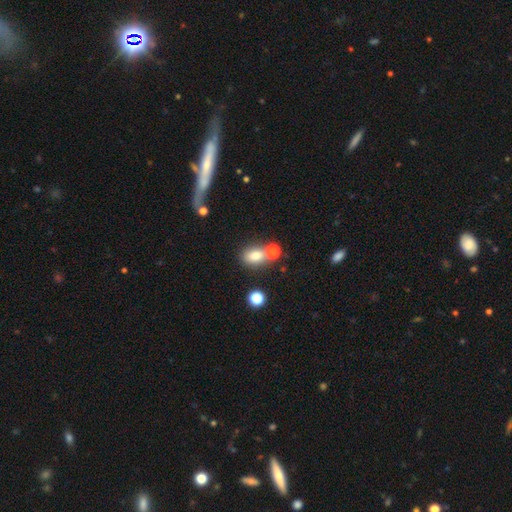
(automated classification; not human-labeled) smooth-or-featured: smooth: 79% | star or artifact: 12% | featured or disk: 9%
  how-rounded: in between: 71% | round: 27% | cigar-shaped: 2%
  merging: none: 57% | merger: 25% | minor disturbance: 12% | major disturbance: 5%